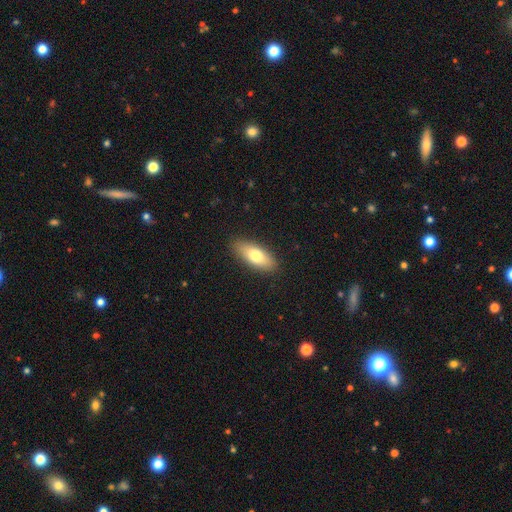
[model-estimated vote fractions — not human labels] smooth 75%, featured or disk 19%, star or artifact 6%. Down the decision tree: how rounded — in between (74%); merging — none (87%).